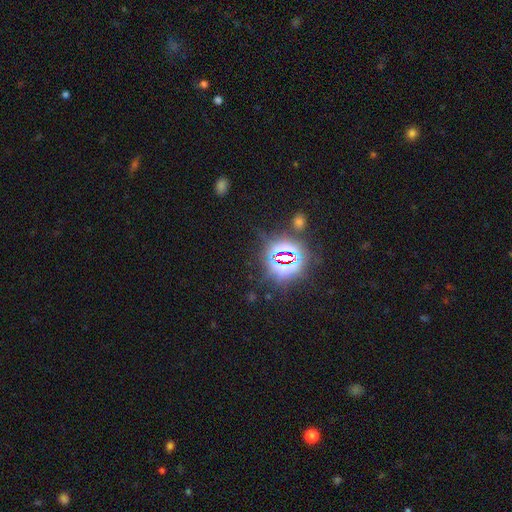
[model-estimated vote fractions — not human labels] smooth-or-featured: star or artifact: 84% | smooth: 10% | featured or disk: 6%